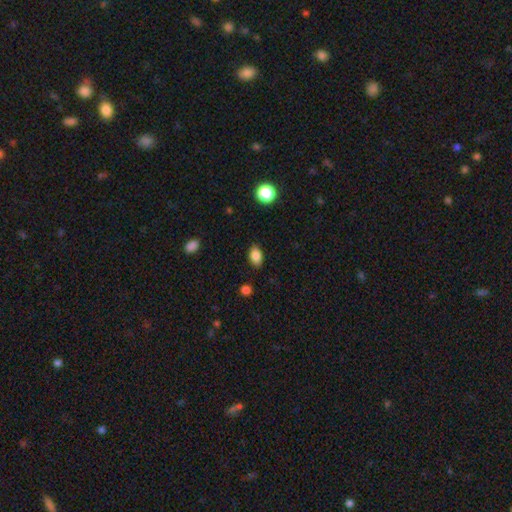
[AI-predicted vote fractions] Smooth or featured? smooth (85%)
How rounded? in between (86%)
Merging? none (84%)